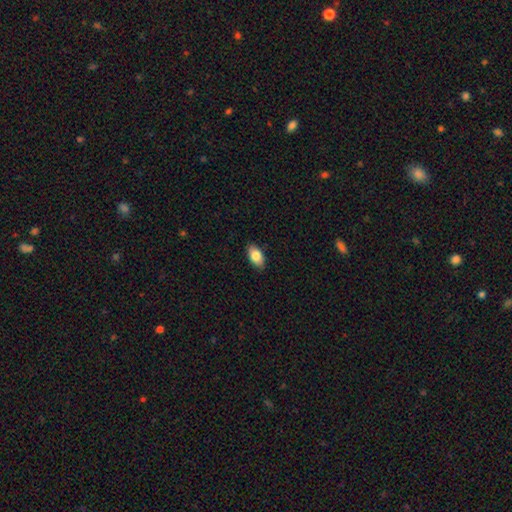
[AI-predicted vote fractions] smooth-or-featured: smooth: 83% | featured or disk: 10% | star or artifact: 7%
  how-rounded: in between: 92% | round: 5% | cigar-shaped: 4%
  merging: none: 88% | minor disturbance: 10% | major disturbance: 2% | merger: 1%